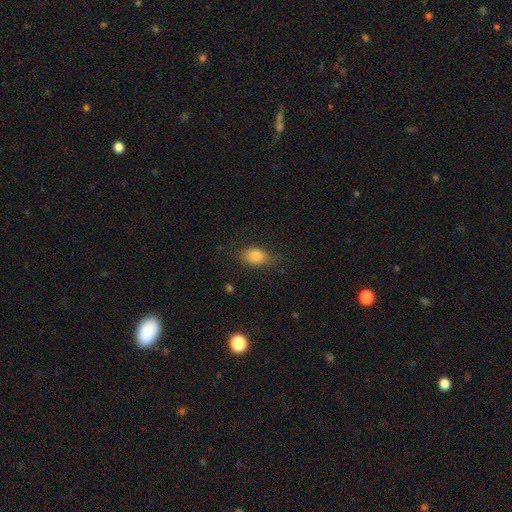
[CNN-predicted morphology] This appears to be a smooth galaxy with no disk features (81%) that is in between round and cigar-shaped (83%). Merging: none (72%).